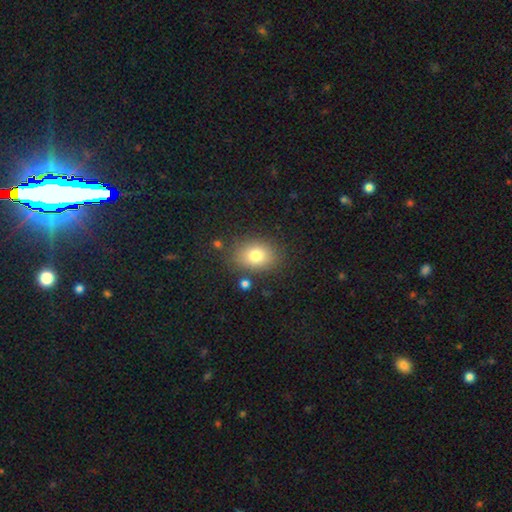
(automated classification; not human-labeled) Overall: smooth (79%). How rounded: in between (61%; round 38%). Merging: none (81%).